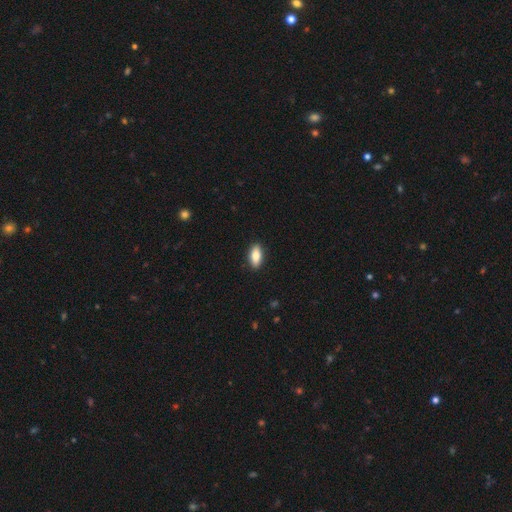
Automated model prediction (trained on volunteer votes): Smooth or featured: smooth — 77% (featured or disk — 17%)
How rounded: in between — 83% (cigar-shaped — 14%)
Merging: none — 89% (minor disturbance — 8%)